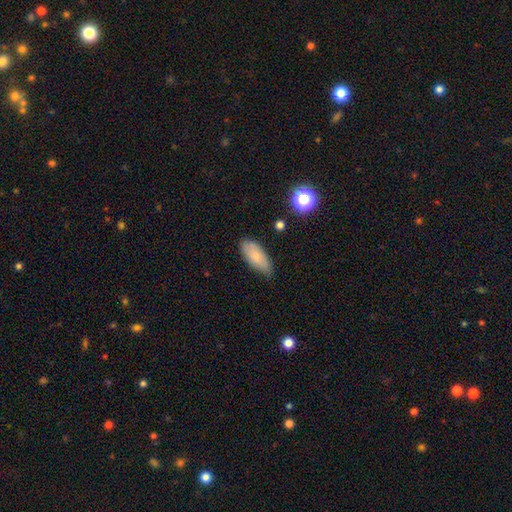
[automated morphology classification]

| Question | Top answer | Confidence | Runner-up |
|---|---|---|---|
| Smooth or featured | smooth | 80% | featured or disk (13%) |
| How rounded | in between | 87% | cigar-shaped (10%) |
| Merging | none | 70% | minor disturbance (24%) |